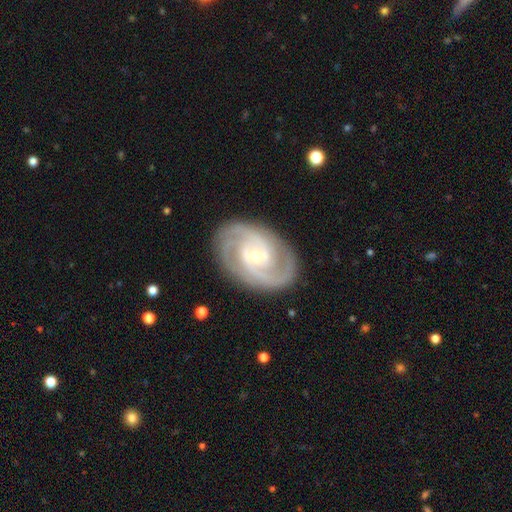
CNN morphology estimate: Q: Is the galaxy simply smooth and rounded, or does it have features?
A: featured or disk — 90%.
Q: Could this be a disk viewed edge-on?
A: no — 97%.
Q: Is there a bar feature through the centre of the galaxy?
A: no — 46%.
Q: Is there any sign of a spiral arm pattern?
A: yes — 98%.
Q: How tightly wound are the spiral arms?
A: tight — 56%.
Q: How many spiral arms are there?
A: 2 — 51%.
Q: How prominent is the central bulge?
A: small — 56%.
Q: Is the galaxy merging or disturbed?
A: none — 84%.